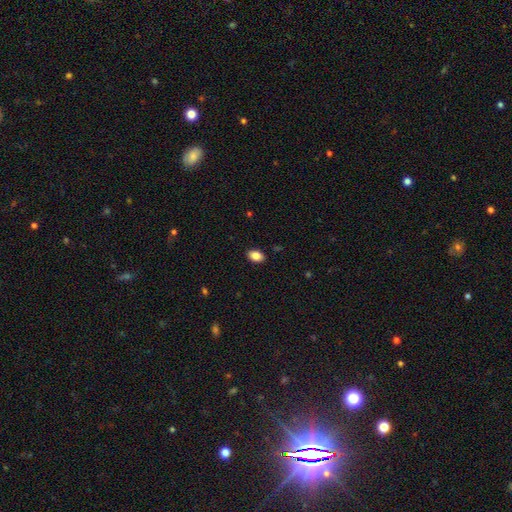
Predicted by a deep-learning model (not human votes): Smooth or featured?
  - smooth: 86% *
  - star or artifact: 8%
  - featured or disk: 6%
How rounded?
  - in between: 87% *
  - round: 12%
  - cigar-shaped: 1%
Merging?
  - none: 89% *
  - minor disturbance: 8%
  - major disturbance: 2%
  - merger: 1%